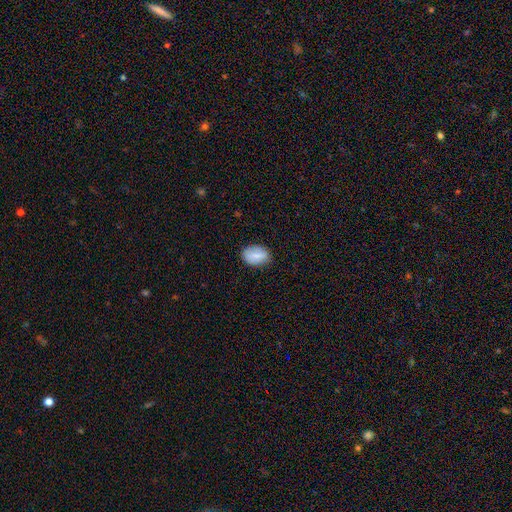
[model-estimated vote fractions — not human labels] Smooth or featured? smooth (77%)
How rounded? in between (85%)
Merging? none (81%)